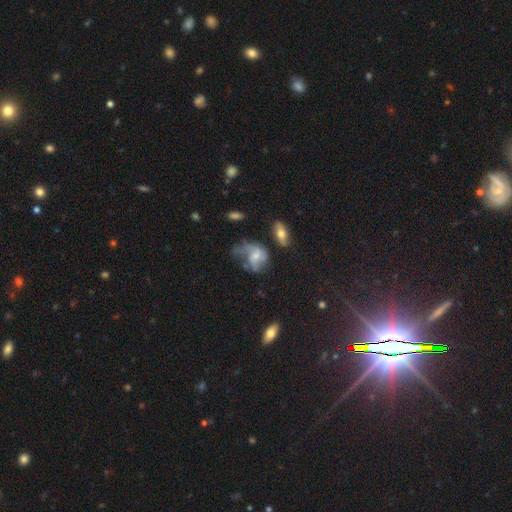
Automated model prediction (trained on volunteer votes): Smooth or featured?
  - featured or disk: 50% *
  - smooth: 39%
  - star or artifact: 11%
Edge-on disk?
  - no: 96% *
  - yes: 4%
Merging?
  - major disturbance: 43% *
  - none: 24%
  - minor disturbance: 24%
  - merger: 9%